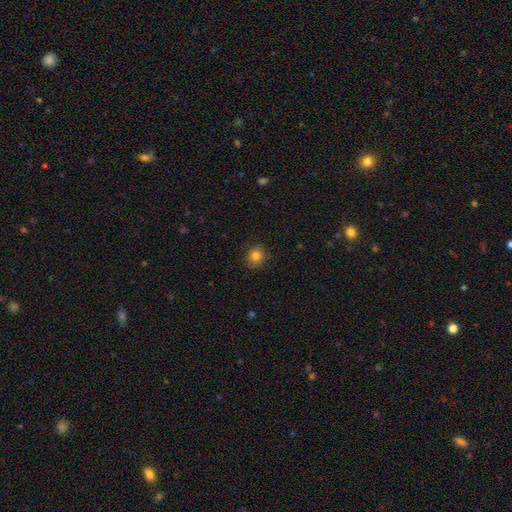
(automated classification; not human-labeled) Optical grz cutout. It shows a smooth galaxy with no disk features (82%) that is round (88%). Merging: none (88%).